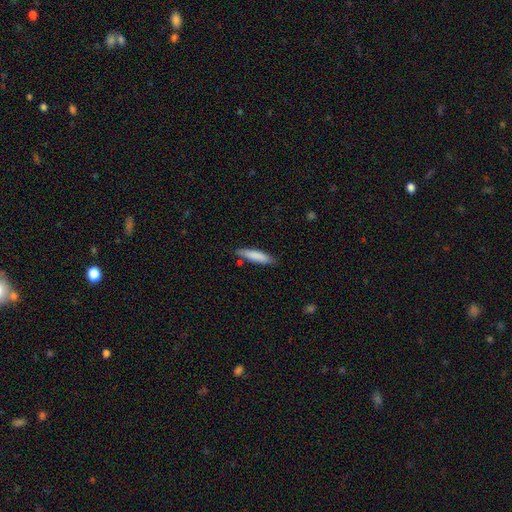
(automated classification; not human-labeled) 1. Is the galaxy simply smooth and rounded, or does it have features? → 82% smooth, 12% featured or disk, 6% star or artifact.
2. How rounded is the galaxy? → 77% cigar-shaped, 21% in between, 1% round.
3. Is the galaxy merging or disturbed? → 81% none, 14% minor disturbance, 3% merger, 2% major disturbance.